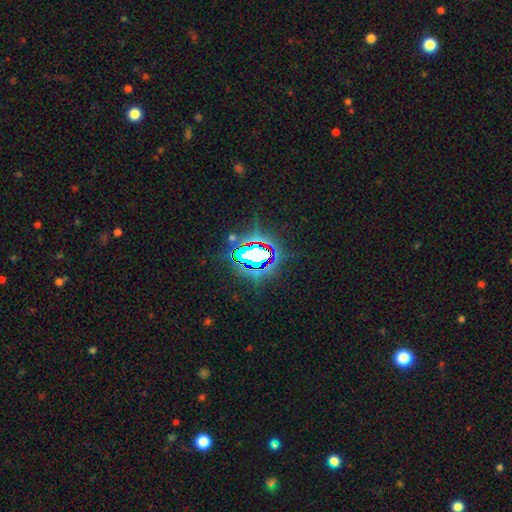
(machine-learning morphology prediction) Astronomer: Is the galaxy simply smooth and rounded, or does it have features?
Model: star or artifact — 75%.